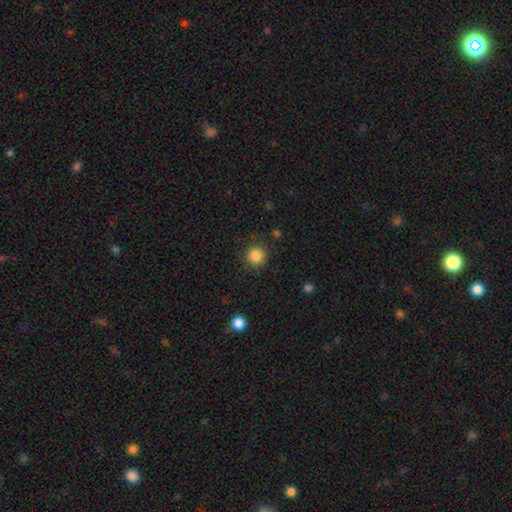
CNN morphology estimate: Smooth or featured? smooth (86%)
How rounded? round (94%)
Merging? none (88%)